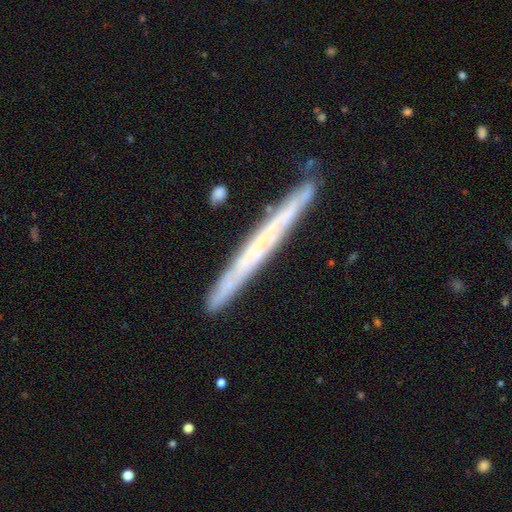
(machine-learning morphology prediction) Overall: featured or disk (60%; smooth 34%). Edge-on disk: yes (94%). Edge-on bulge: none (86%). Merging: none (87%).